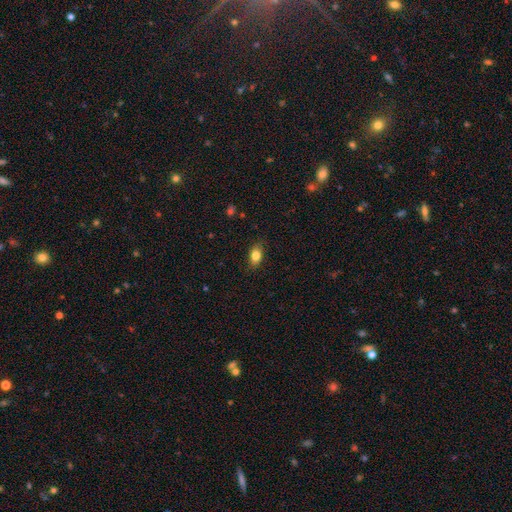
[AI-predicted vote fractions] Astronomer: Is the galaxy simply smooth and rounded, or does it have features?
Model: smooth — 82%.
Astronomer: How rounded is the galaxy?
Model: in between — 84%.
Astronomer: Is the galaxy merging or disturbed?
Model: none — 83%.